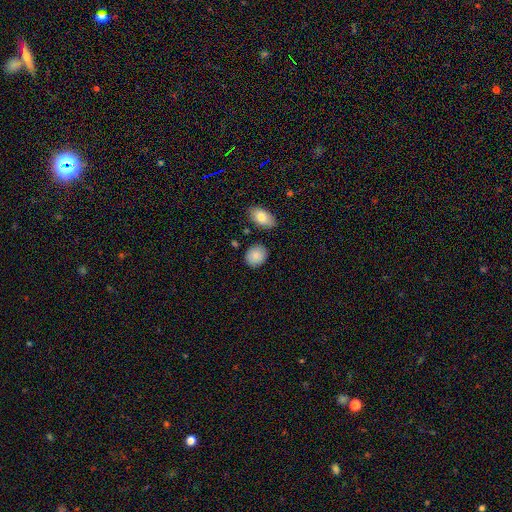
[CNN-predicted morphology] Q: Smooth or featured?
A: smooth (87%); runner-up: star or artifact (7%)
Q: How rounded?
A: round (62%); runner-up: in between (37%)
Q: Merging?
A: none (83%); runner-up: minor disturbance (11%)